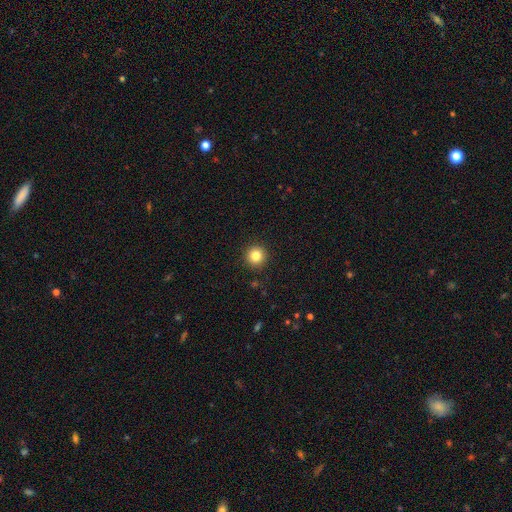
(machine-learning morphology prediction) A smooth galaxy with no disk features (83%) that is round (96%). Merging: none (92%).